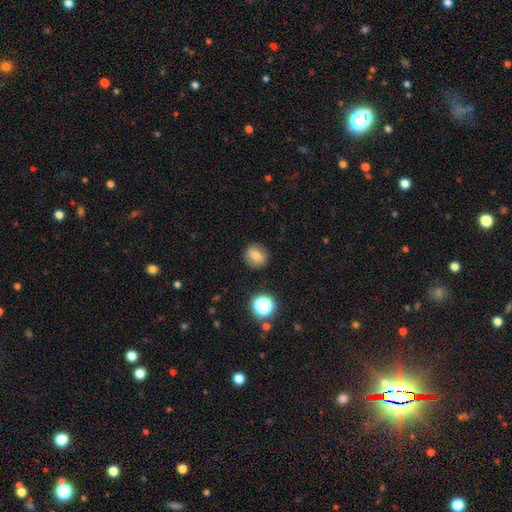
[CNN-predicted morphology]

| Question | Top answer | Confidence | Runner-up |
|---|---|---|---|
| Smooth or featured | smooth | 77% | star or artifact (13%) |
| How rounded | round | 70% | in between (29%) |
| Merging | none | 85% | minor disturbance (10%) |